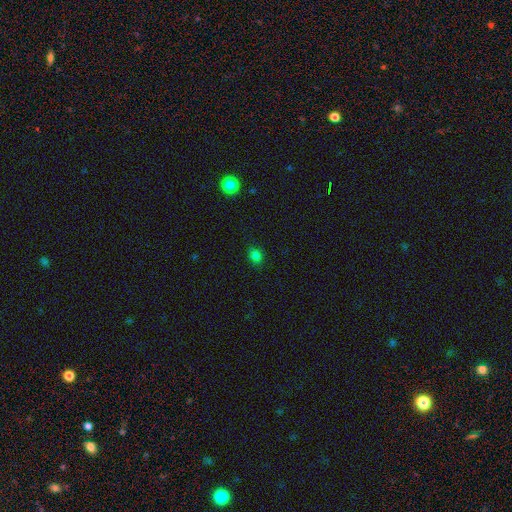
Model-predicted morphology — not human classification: Q: Smooth or featured?
A: smooth (78%); runner-up: star or artifact (18%)
Q: How rounded?
A: round (51%); runner-up: in between (47%)
Q: Merging?
A: none (83%); runner-up: minor disturbance (13%)